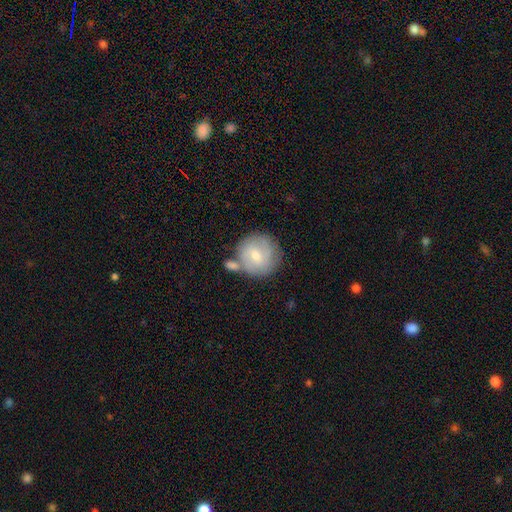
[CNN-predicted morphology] The model was most divided on "smooth or featured": smooth: 56%, featured or disk: 37%, star or artifact: 7%. More confident: how rounded — round (92%); merging — none (58%).